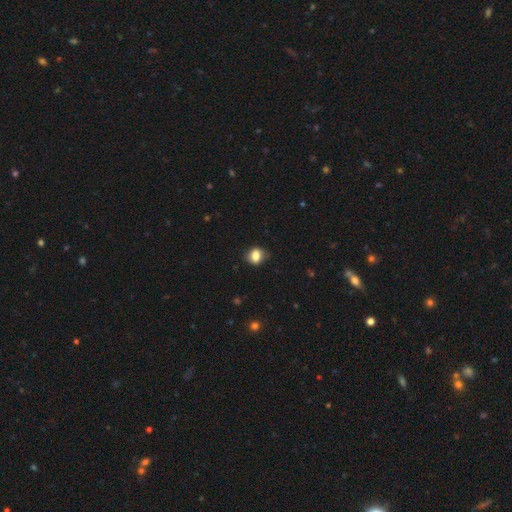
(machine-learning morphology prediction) smooth-or-featured: smooth: 81% | featured or disk: 10% | star or artifact: 9%
  how-rounded: round: 53% | in between: 46% | cigar-shaped: 1%
  merging: none: 78% | minor disturbance: 17% | major disturbance: 4% | merger: 1%